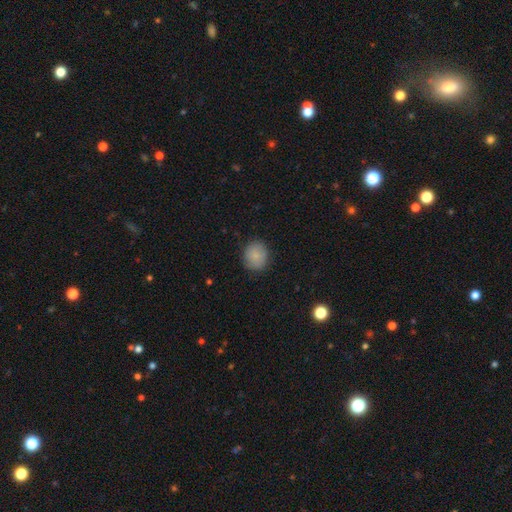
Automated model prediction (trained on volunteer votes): Smooth or featured? Predicted: smooth (p=0.84). How rounded? Predicted: round (p=0.78). Merging? Predicted: none (p=0.84).